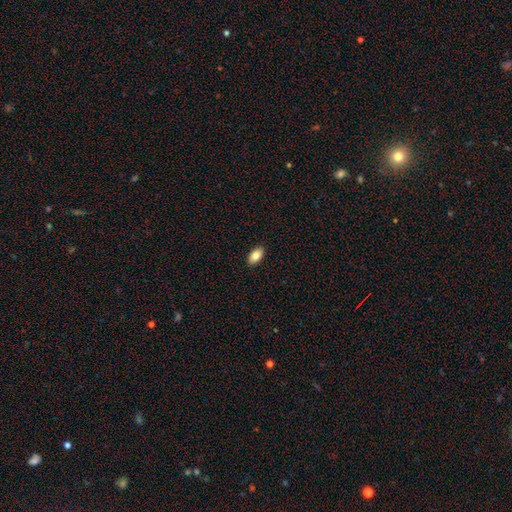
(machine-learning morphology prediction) Smooth or featured: smooth — 84% (featured or disk — 9%)
How rounded: in between — 93% (round — 4%)
Merging: none — 90% (minor disturbance — 7%)